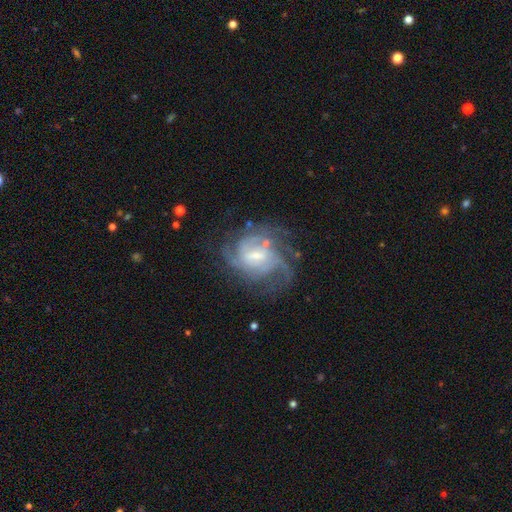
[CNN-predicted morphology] This is clearly a featured or disk galaxy (85%). It is clearly not viewed edge-on (98%). Bar: possibly weak (55%). Spiral arm pattern: clearly yes (94%). Spiral arm count: marginally can't tell (29%). Spiral winding: marginally medium (44%). Central bulge: possibly small (50%). Merging: likely none (61%).